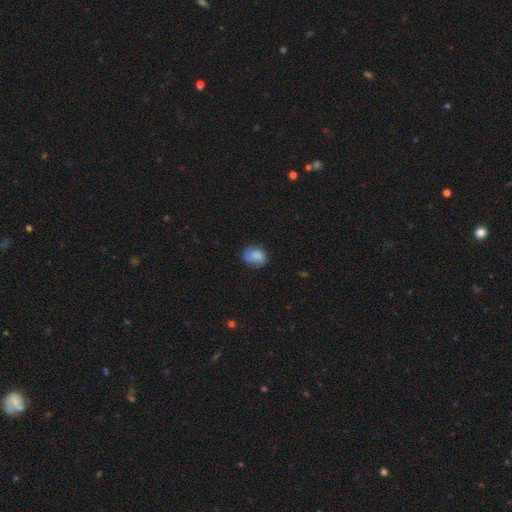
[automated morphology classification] The model was most divided on "how rounded": in between: 56%, round: 43%, cigar-shaped: 1%. More confident: smooth or featured — smooth (79%); merging — none (66%).